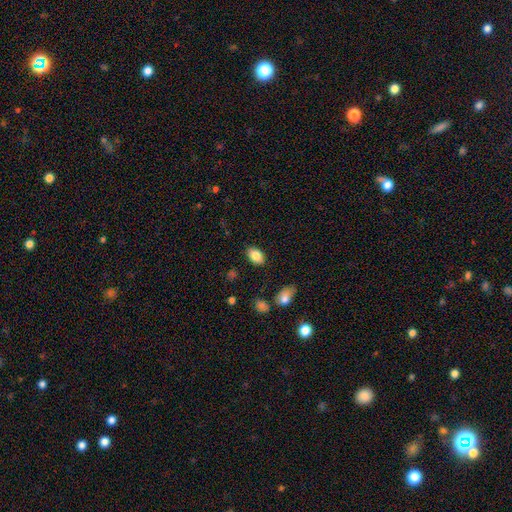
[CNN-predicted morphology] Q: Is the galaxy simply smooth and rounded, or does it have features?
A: smooth — 84%.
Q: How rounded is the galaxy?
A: in between — 89%.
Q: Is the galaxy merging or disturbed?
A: none — 85%.